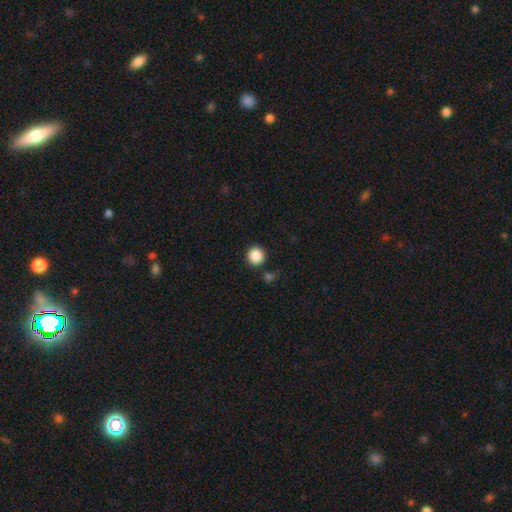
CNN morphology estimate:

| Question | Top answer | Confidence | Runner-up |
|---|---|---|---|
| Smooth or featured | smooth | 88% | star or artifact (9%) |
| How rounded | round | 94% | in between (5%) |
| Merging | none | 87% | minor disturbance (7%) |